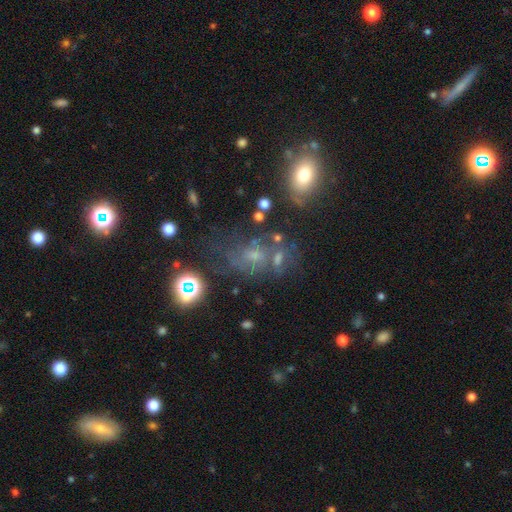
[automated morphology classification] featured or disk 38%, star or artifact 34%, smooth 28%. Down the decision tree: merging — none (53%).